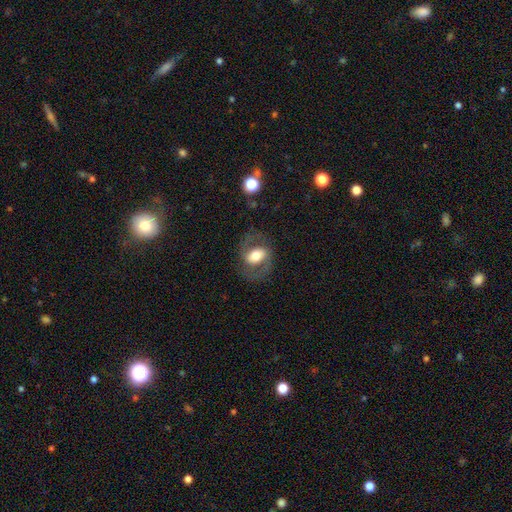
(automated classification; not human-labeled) Overall: featured or disk (62%; smooth 31%). Edge-on disk: no (95%). Bar: weak (37%; no 32%). Spiral arms: yes (75%). Bulge size: moderate (48%; large 37%). Merging: none (74%).